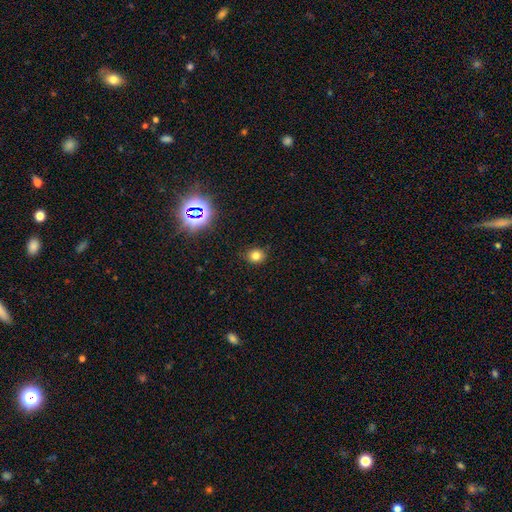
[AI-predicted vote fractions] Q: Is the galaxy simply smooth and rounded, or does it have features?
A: smooth — 77%.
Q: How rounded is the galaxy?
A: round — 79%.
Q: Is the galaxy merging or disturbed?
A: none — 87%.